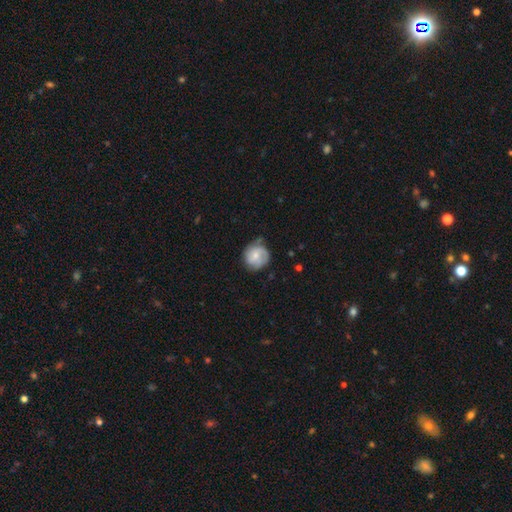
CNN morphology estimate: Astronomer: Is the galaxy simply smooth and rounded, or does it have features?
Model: smooth — 58% (runner-up: featured or disk, 35%).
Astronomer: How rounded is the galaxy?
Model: round — 85%.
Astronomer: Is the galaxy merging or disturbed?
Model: none — 58%.